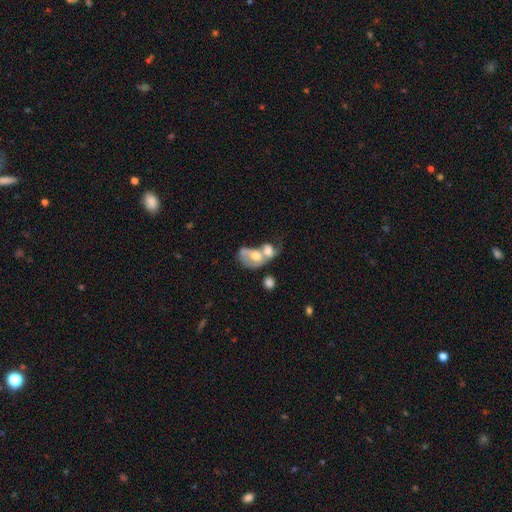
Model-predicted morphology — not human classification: This appears to be a smooth galaxy with no disk features (49%). Merging: merger (76%).